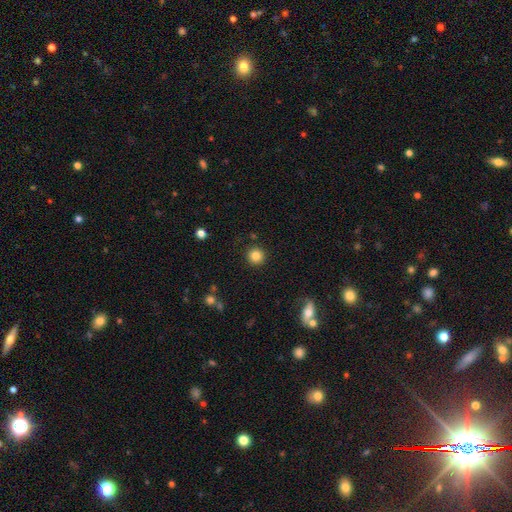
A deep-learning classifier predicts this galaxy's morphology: Overall: smooth (83%). How rounded: round (95%). Merging: none (91%).